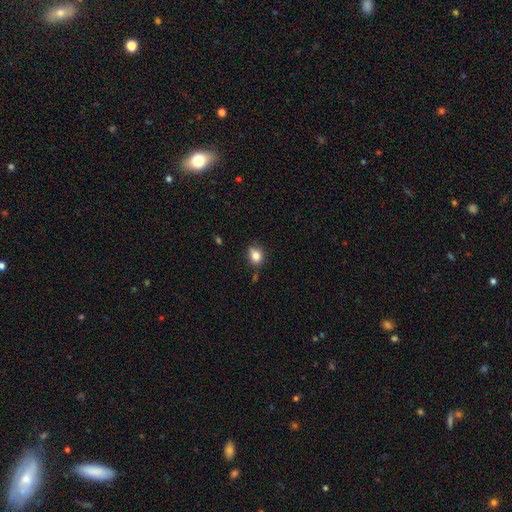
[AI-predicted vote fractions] Smooth or featured: smooth — 83% (star or artifact — 10%)
How rounded: round — 52% (in between — 47%)
Merging: none — 68% (minor disturbance — 24%)